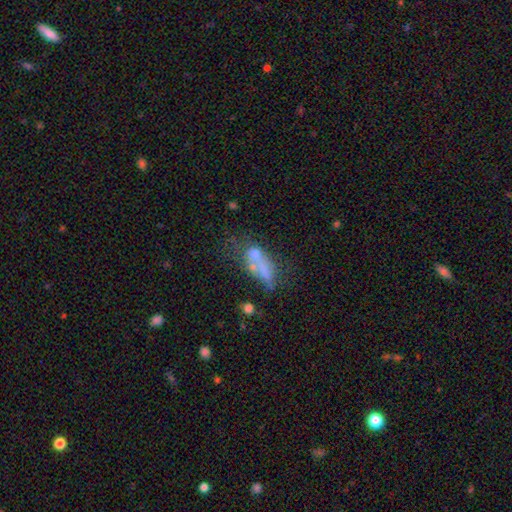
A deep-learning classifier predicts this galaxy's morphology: smooth 47%, featured or disk 37%, star or artifact 15%. Down the decision tree: merging — merger (33%).